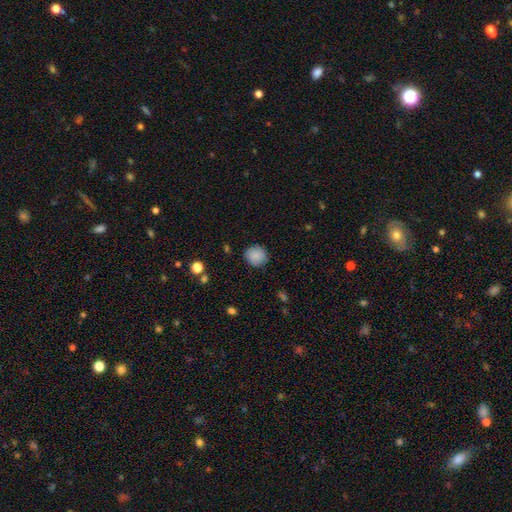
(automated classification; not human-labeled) Smooth or featured? Predicted: smooth (p=0.88). How rounded? Predicted: round (p=0.86). Merging? Predicted: none (p=0.87).